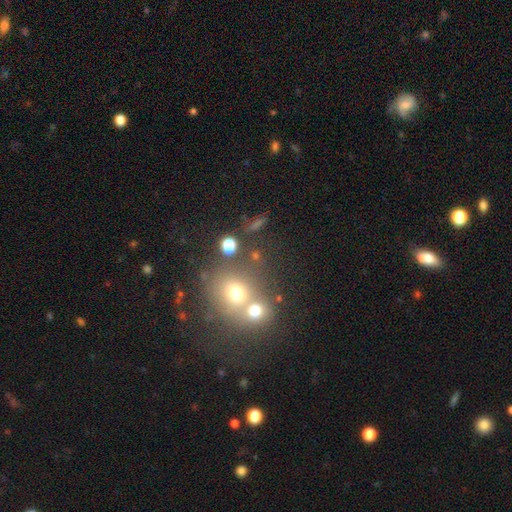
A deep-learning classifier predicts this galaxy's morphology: This is possibly a smooth galaxy (59%). How rounded: likely round (72%). Merging: possibly none (48%).